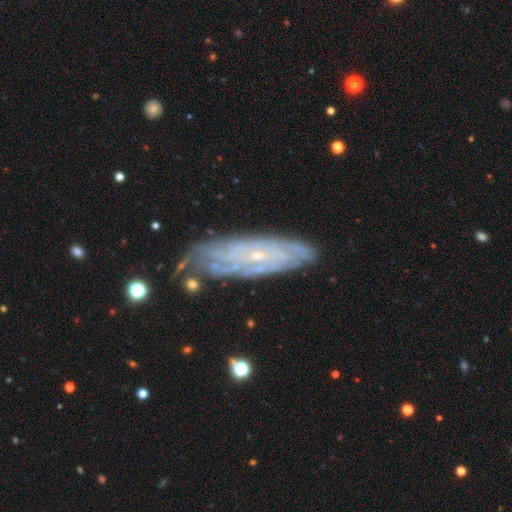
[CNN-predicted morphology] This is clearly a featured or disk galaxy (81%). It is clearly not viewed edge-on (83%). Bar: likely no (73%). Spiral arm pattern: clearly yes (93%). Spiral arm count: possibly can't tell (51%). Spiral winding: likely tight (76%). Central bulge: clearly small (85%). Merging: likely none (73%).